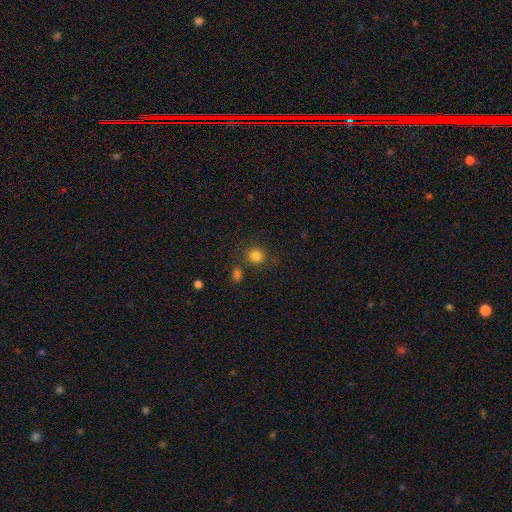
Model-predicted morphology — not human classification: smooth_or_featured: smooth (p=0.82) [alt: star or artifact p=0.12]
how_rounded: round (p=0.86) [alt: in between p=0.13]
merging: none (p=0.75) [alt: minor disturbance p=0.11]